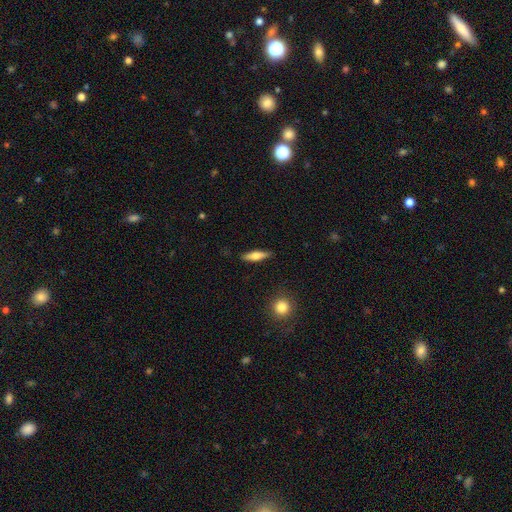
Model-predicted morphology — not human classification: Overall: smooth (56%; featured or disk 38%). How rounded: cigar-shaped (67%; in between 31%). Merging: none (89%).